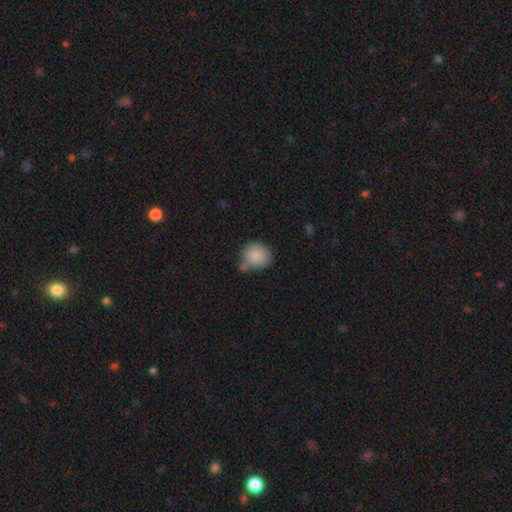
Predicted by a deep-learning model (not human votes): The model was most divided on "merging": none: 56%, minor disturbance: 21%, merger: 17%, major disturbance: 6%. More confident: smooth or featured — smooth (86%); how rounded — round (82%).